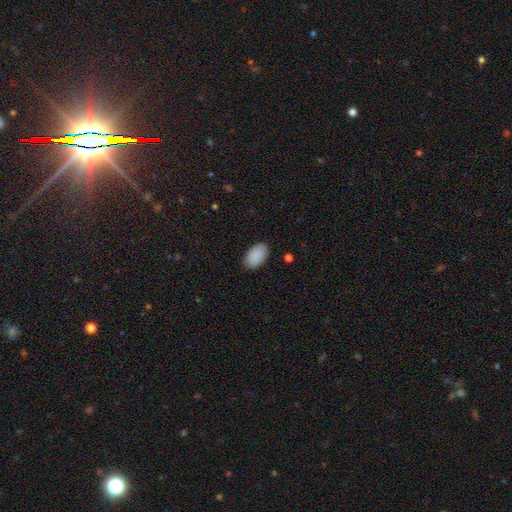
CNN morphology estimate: Smooth or featured? Predicted: smooth (p=0.90). How rounded? Predicted: in between (p=0.95). Merging? Predicted: none (p=0.88).